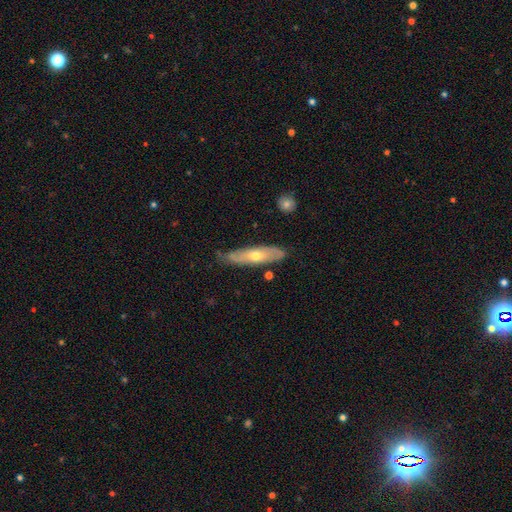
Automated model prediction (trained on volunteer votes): featured or disk 56%, smooth 37%, star or artifact 7%. Down the decision tree: edge-on disk — yes (61%); merging — none (77%).